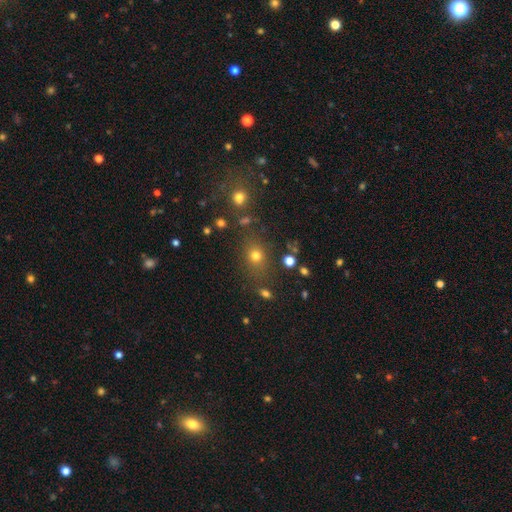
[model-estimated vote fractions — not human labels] A smooth galaxy with no disk features (73%) that is round (65%). Merging: none (76%).